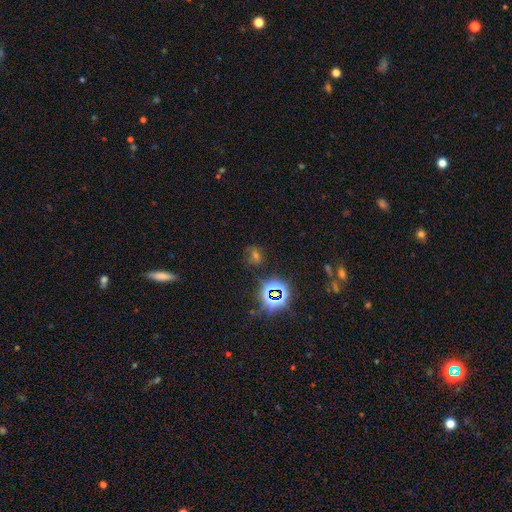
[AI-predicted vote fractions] smooth_or_featured: star or artifact (p=0.57) [alt: smooth p=0.30]